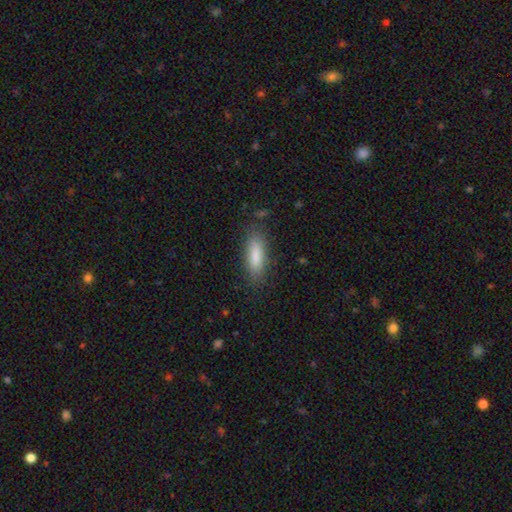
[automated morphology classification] A smooth galaxy with no disk features (84%) that is in between round and cigar-shaped (54%). Merging: none (81%).